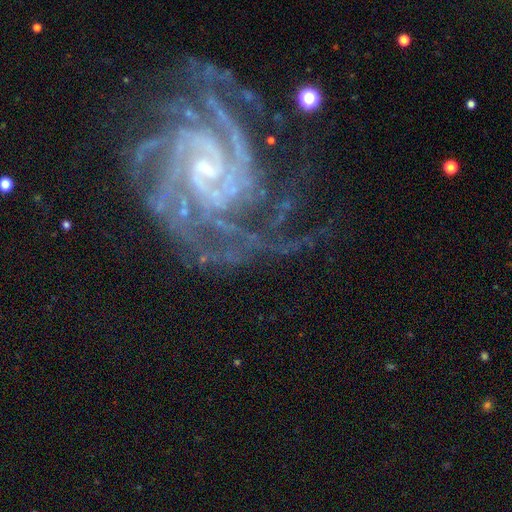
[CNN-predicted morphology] Smooth or featured? featured or disk (89%)
Edge-on disk? no (98%)
Bar? weak (44%)
Spiral arms? yes (98%)
Spiral winding? tight (57%)
Spiral arm count? 2 (29%)
Bulge size? small (66%)
Merging? none (56%)